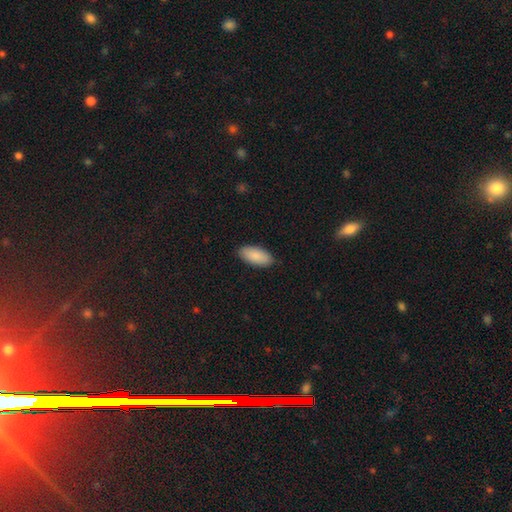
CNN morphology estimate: Overall: smooth (89%). How rounded: in between (91%). Merging: none (88%).